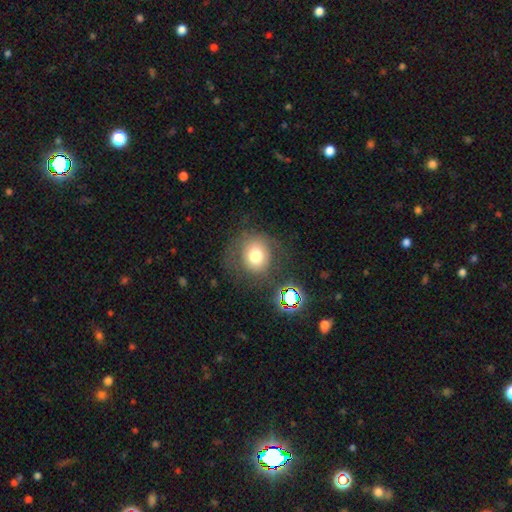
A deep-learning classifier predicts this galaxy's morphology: type=smooth (67%); roundness=round (81%); merging=none (66%).